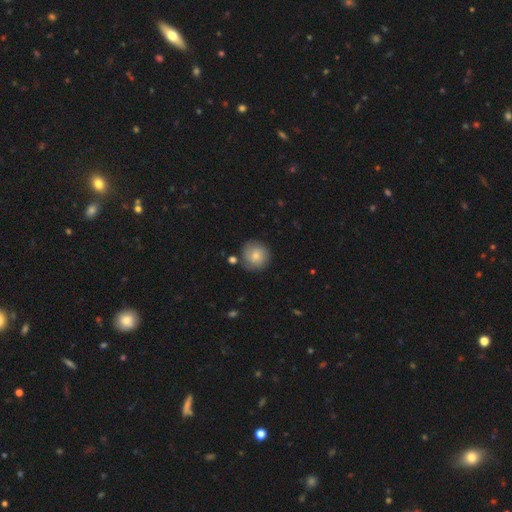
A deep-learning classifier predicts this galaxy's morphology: Smooth or featured?
  - smooth: 75% *
  - featured or disk: 17%
  - star or artifact: 8%
How rounded?
  - round: 93% *
  - in between: 6%
  - cigar-shaped: 1%
Merging?
  - none: 79% *
  - minor disturbance: 14%
  - merger: 4%
  - major disturbance: 3%